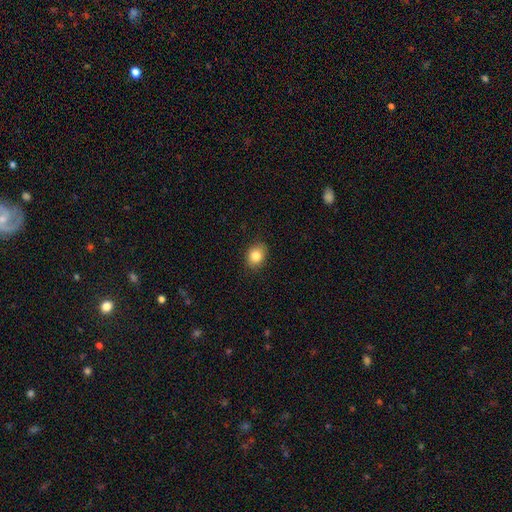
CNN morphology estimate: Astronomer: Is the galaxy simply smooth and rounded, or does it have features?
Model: smooth — 84%.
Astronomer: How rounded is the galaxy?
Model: in between — 55% (runner-up: round, 44%).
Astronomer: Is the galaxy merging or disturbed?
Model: none — 85%.